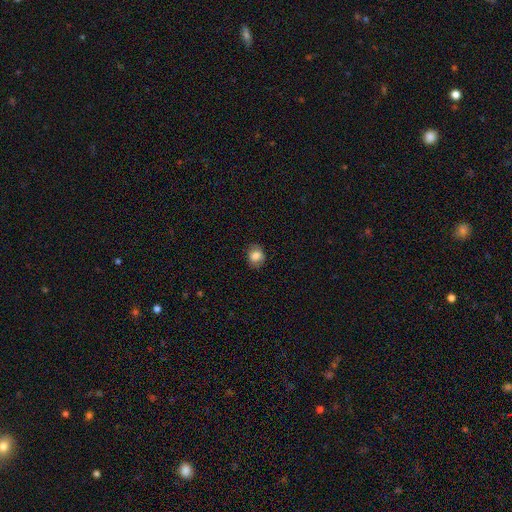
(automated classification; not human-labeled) This appears to be a smooth galaxy with no disk features (81%) that is round (52%). Merging: none (80%).